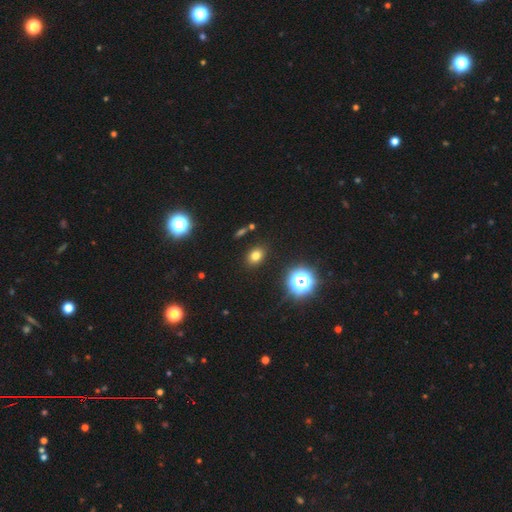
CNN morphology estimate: The model was most divided on "how rounded": in between: 60%, round: 39%, cigar-shaped: 1%. More confident: merging — none (88%); smooth or featured — smooth (75%).